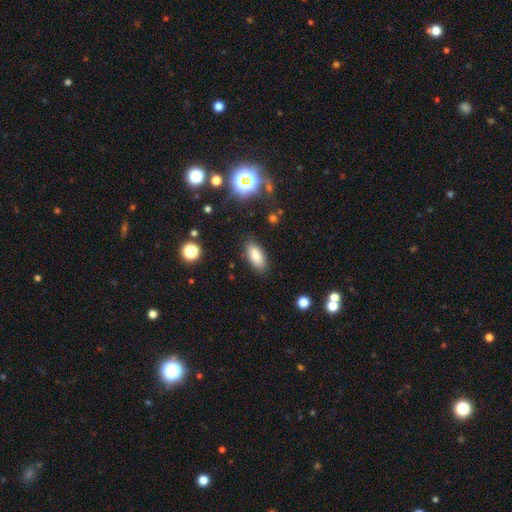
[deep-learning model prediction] Morphology: type=smooth (81%); roundness=in between (87%); merging=none (86%).